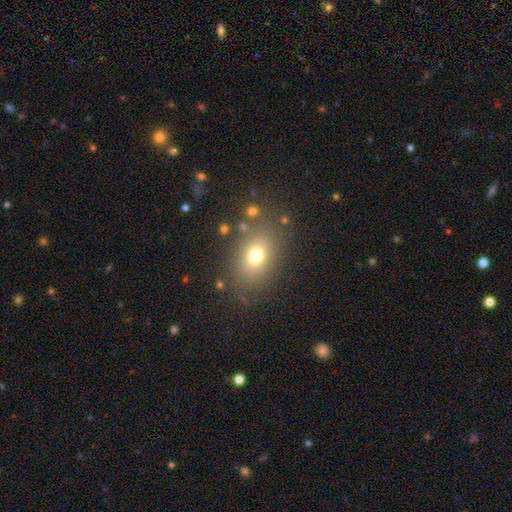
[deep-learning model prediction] Smooth or featured? smooth (72%)
How rounded? in between (72%)
Merging? none (79%)